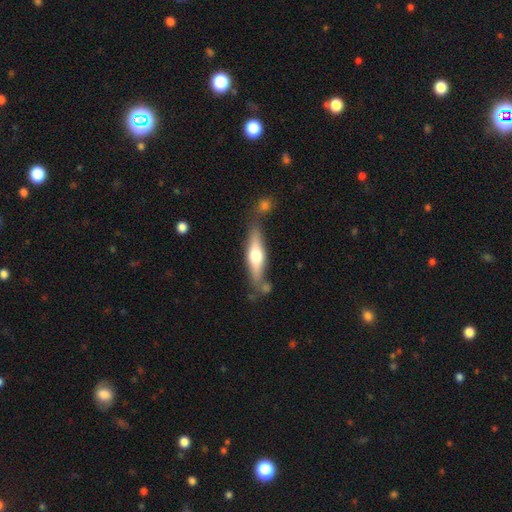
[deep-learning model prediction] Smooth or featured?
  - featured or disk: 53% *
  - smooth: 41%
  - star or artifact: 5%
Edge-on disk?
  - yes: 90% *
  - no: 10%
Merging?
  - none: 66% *
  - minor disturbance: 17%
  - merger: 12%
  - major disturbance: 5%